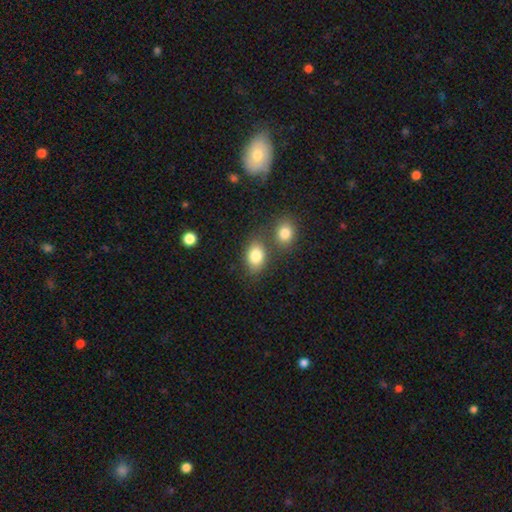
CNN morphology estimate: This appears to be a smooth galaxy with no disk features (83%) that is in between round and cigar-shaped (77%). Merging: none (60%).